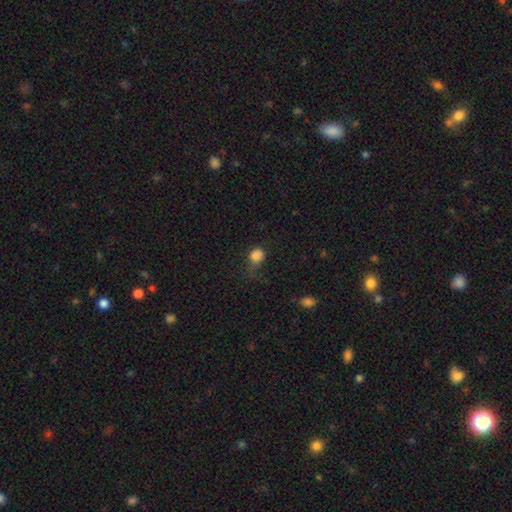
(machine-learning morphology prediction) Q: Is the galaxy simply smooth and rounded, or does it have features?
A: smooth — 81%.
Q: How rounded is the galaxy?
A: round — 62%.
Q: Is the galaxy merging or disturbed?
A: none — 40%.